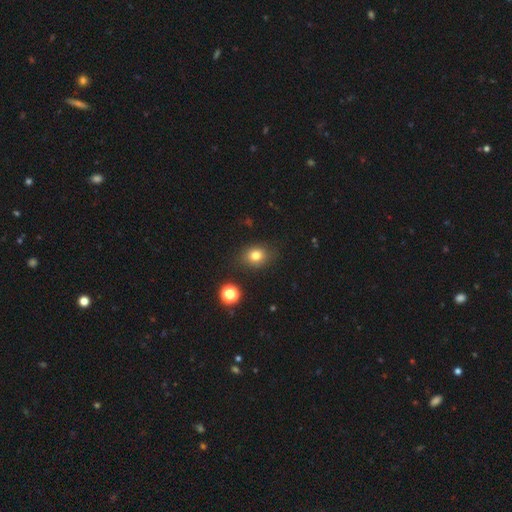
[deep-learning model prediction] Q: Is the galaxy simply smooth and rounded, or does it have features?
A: smooth — 78%.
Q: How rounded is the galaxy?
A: round — 54%.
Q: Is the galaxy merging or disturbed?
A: none — 83%.